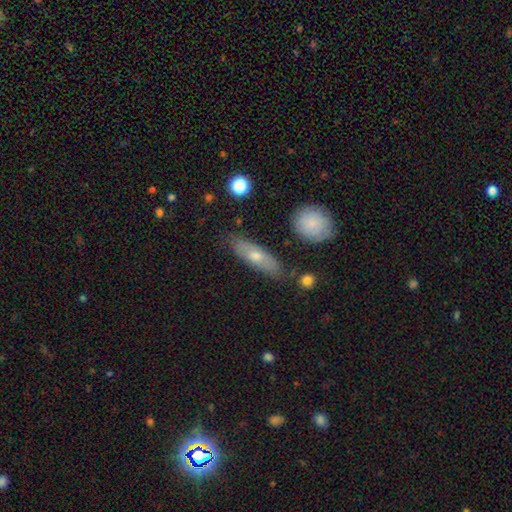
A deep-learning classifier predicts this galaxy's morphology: type=smooth (60%); roundness=cigar-shaped (52%); merging=none (77%).